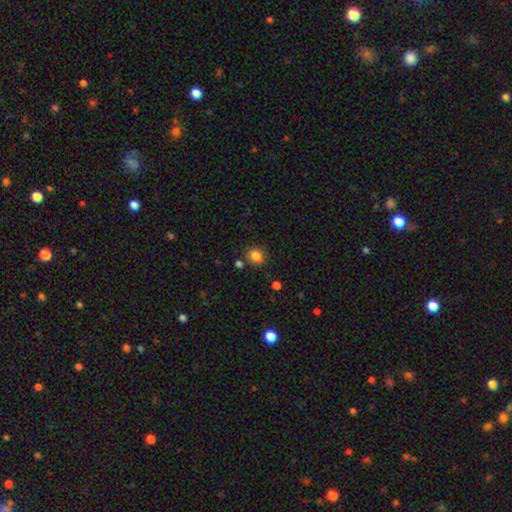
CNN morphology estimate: type=smooth (83%); roundness=round (75%); merging=none (77%).